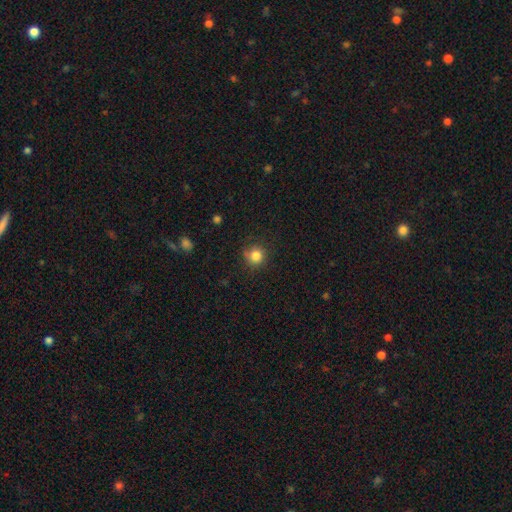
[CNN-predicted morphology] smooth-or-featured: smooth: 83% | star or artifact: 12% | featured or disk: 5%
  how-rounded: round: 90% | in between: 9% | cigar-shaped: 1%
  merging: none: 78% | minor disturbance: 16% | major disturbance: 4% | merger: 2%